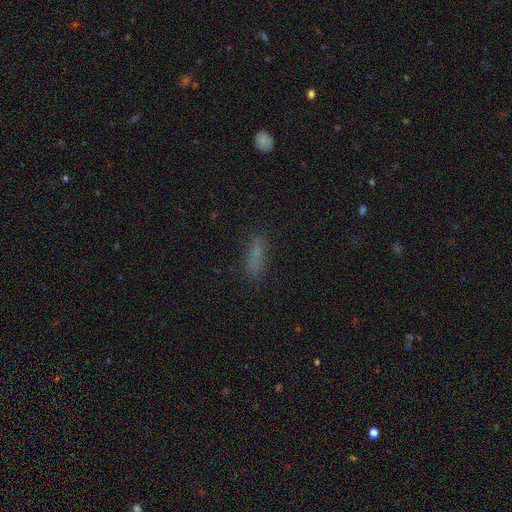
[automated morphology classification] A smooth galaxy with no disk features (73%) that is cigar-shaped (55%). Merging: none (82%).